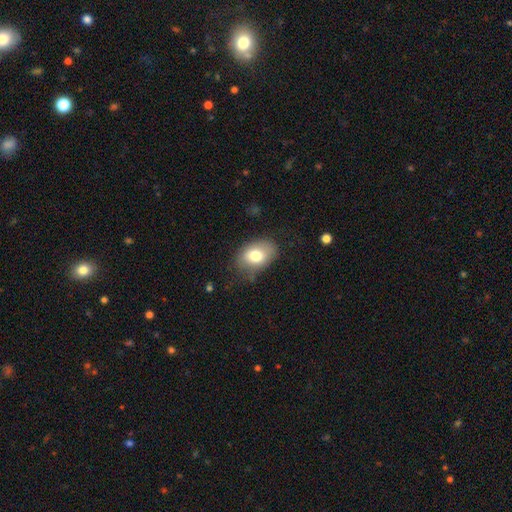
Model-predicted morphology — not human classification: Smooth or featured? Predicted: smooth (p=0.76). How rounded? Predicted: in between (p=0.81). Merging? Predicted: none (p=0.66).